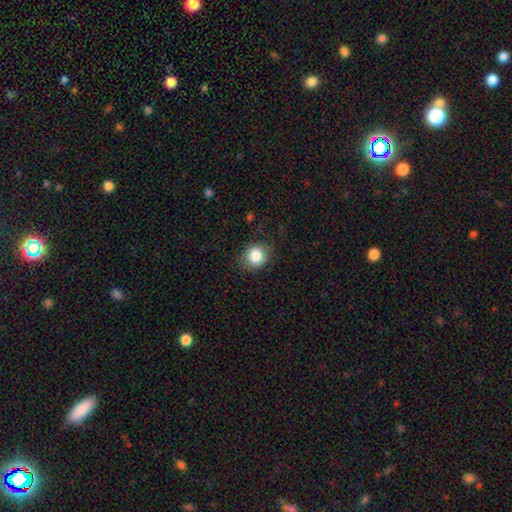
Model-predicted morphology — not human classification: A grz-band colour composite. It shows a smooth galaxy with no disk features (84%) that is round (81%). Merging: none (83%).